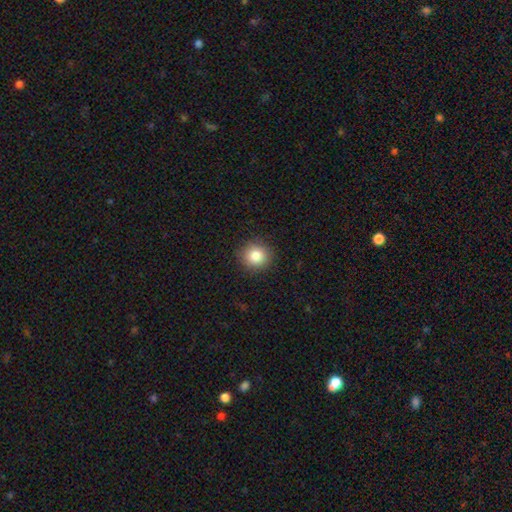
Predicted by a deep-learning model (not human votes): Smooth or featured: smooth — 84% (star or artifact — 10%)
How rounded: round — 89% (in between — 10%)
Merging: none — 90% (minor disturbance — 7%)